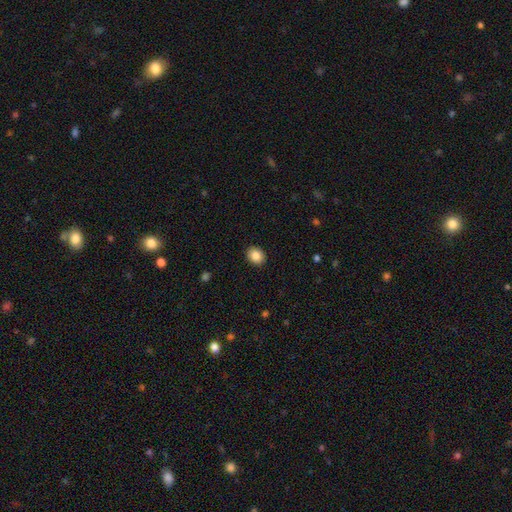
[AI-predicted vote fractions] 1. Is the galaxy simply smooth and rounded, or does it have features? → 86% smooth, 8% star or artifact, 5% featured or disk.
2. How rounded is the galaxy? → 54% round, 45% in between, 1% cigar-shaped.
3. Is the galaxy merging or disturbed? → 91% none, 6% minor disturbance, 2% major disturbance, 1% merger.